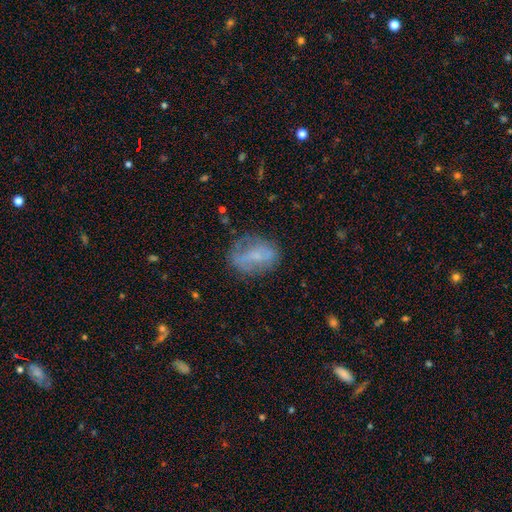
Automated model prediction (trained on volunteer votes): A smooth galaxy with no disk features (49%).

Vote fractions:
- Smooth or featured? smooth: 49% / featured or disk: 41% / star or artifact: 10%
- Merging? none: 60% / minor disturbance: 24% / major disturbance: 13% / merger: 3%